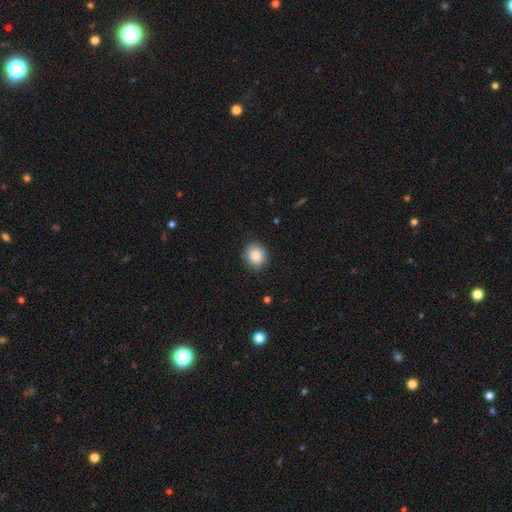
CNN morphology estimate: Smooth or featured?
  - smooth: 87% *
  - star or artifact: 8%
  - featured or disk: 5%
How rounded?
  - round: 72% *
  - in between: 27%
  - cigar-shaped: 1%
Merging?
  - none: 86% *
  - minor disturbance: 11%
  - major disturbance: 2%
  - merger: 1%